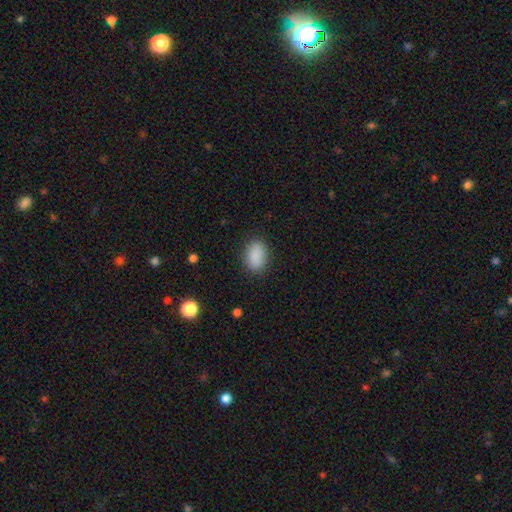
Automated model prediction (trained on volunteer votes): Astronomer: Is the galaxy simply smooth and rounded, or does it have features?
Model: smooth — 88%.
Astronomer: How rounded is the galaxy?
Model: in between — 85%.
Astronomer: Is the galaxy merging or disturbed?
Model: none — 84%.